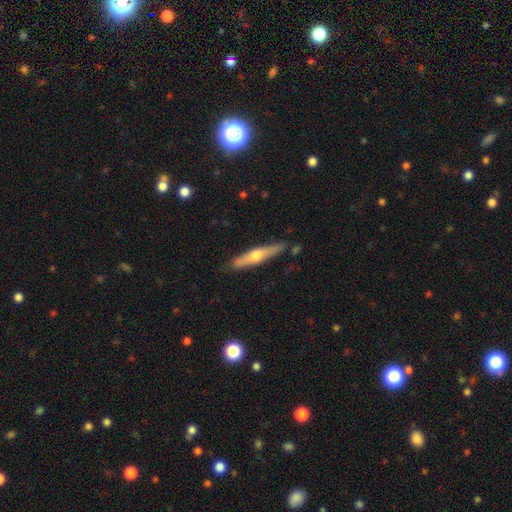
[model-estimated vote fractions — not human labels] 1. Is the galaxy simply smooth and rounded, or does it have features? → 54% featured or disk, 40% smooth, 6% star or artifact.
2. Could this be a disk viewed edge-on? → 91% yes, 9% no.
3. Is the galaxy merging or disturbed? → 84% none, 12% minor disturbance, 2% merger, 2% major disturbance.